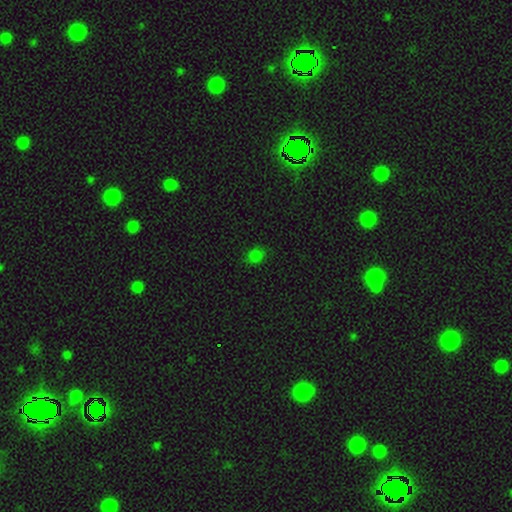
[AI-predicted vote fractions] smooth 77%, star or artifact 19%, featured or disk 4%. Down the decision tree: how rounded — round (63%); merging — none (85%).